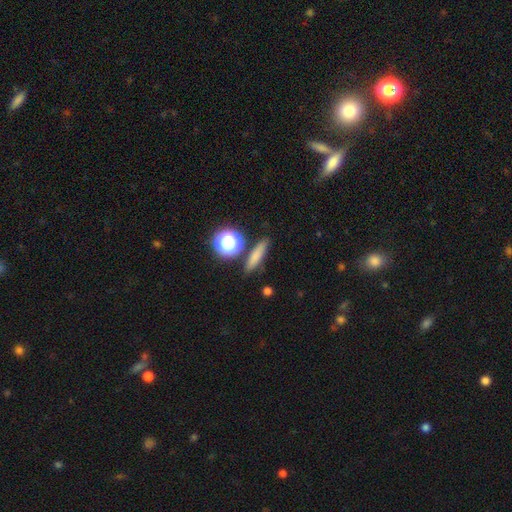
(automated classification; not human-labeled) This is likely a smooth galaxy (74%). How rounded: likely cigar-shaped (62%). Merging: clearly none (82%).